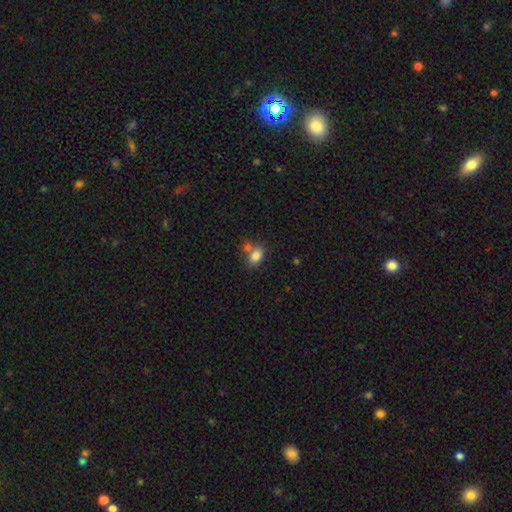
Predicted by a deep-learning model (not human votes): Smooth or featured? Predicted: smooth (p=0.80). How rounded? Predicted: in between (p=0.81). Merging? Predicted: none (p=0.48).